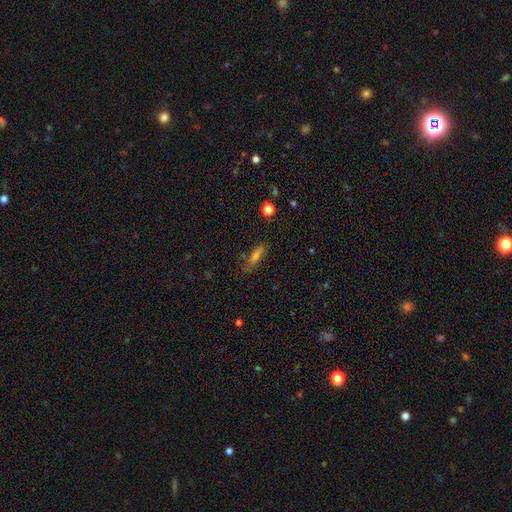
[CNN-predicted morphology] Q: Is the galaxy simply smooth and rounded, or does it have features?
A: smooth — 55%.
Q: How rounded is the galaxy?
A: cigar-shaped — 54%.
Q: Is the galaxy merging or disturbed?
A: none — 71%.